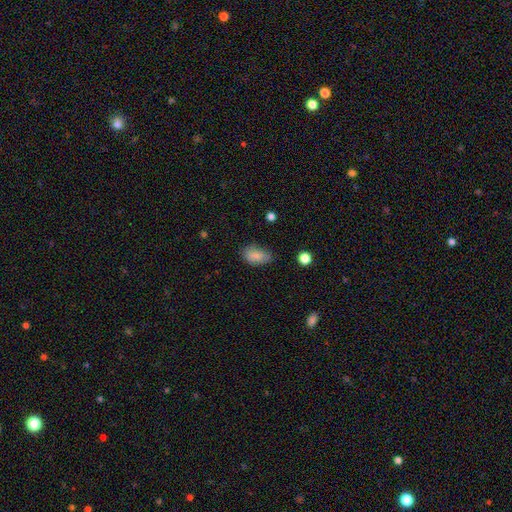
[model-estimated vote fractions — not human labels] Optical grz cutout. It shows a smooth galaxy with no disk features (84%) that is in between round and cigar-shaped (91%). Merging: none (63%).